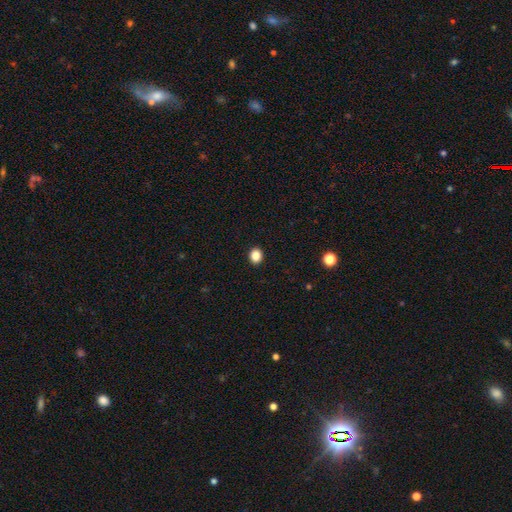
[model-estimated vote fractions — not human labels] The model was most divided on "how rounded": round: 62%, in between: 37%, cigar-shaped: 1%. More confident: merging — none (92%); smooth or featured — smooth (86%).